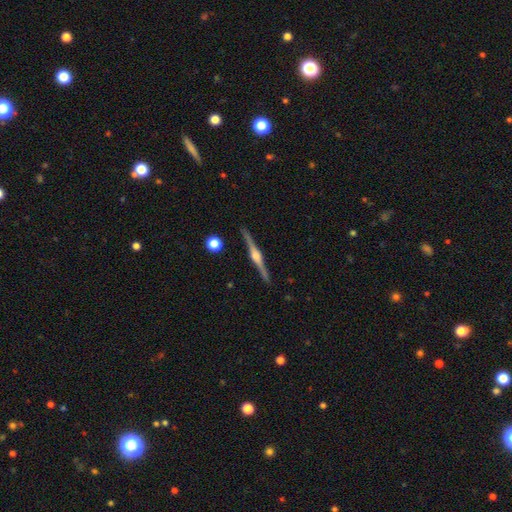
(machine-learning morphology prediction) This appears to be a featured or disk galaxy (86%) viewed edge-on (99%) with a rounded central bulge (89%). Merging: none (92%).